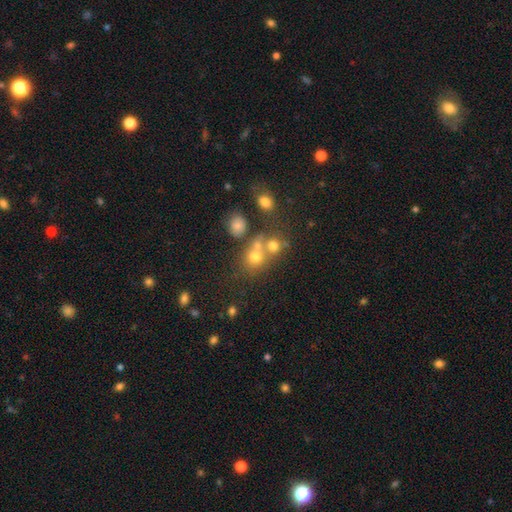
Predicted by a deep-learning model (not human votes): smooth-or-featured: smooth: 63% | star or artifact: 21% | featured or disk: 16%
  how-rounded: round: 76% | in between: 23% | cigar-shaped: 1%
  merging: none: 45% | merger: 41% | minor disturbance: 9% | major disturbance: 5%